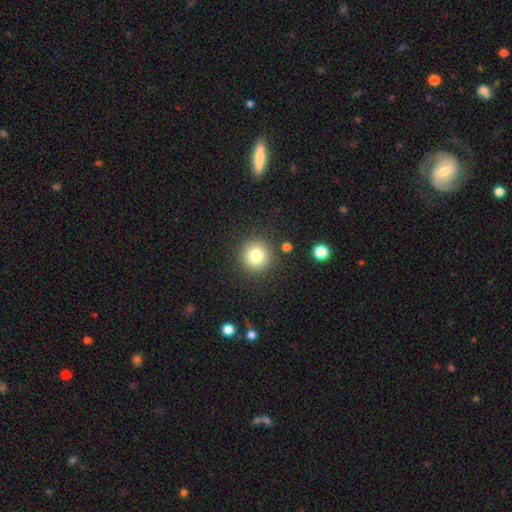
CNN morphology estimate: This appears to be a smooth galaxy with no disk features (79%) that is round (94%). Merging: none (88%).